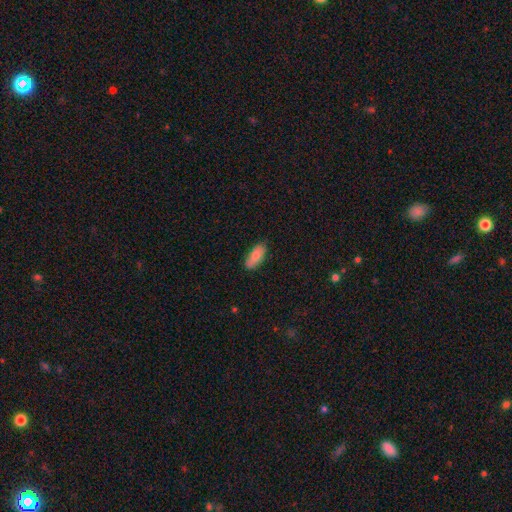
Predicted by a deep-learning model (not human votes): A smooth galaxy with no disk features (84%) that is in between round and cigar-shaped (84%).

Vote fractions:
- Smooth or featured? smooth: 84% / featured or disk: 9% / star or artifact: 6%
- How rounded? in between: 84% / cigar-shaped: 14% / round: 2%
- Merging? none: 82% / minor disturbance: 15% / major disturbance: 2% / merger: 1%